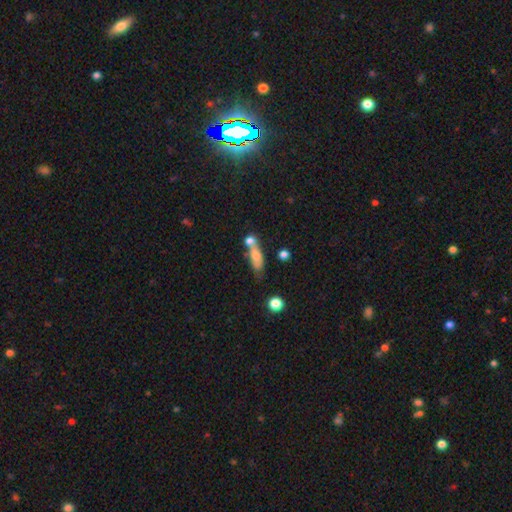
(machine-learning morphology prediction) A smooth galaxy with no disk features (69%) that is in between round and cigar-shaped (57%).

Vote fractions:
- Smooth or featured? smooth: 69% / featured or disk: 22% / star or artifact: 9%
- How rounded? in between: 57% / cigar-shaped: 35% / round: 8%
- Merging? merger: 39% / none: 36% / minor disturbance: 16% / major disturbance: 9%